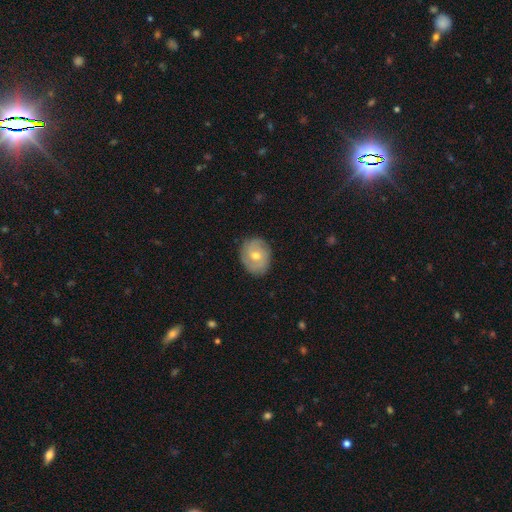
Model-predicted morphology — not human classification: The model was most divided on "smooth or featured": featured or disk: 54%, smooth: 38%, star or artifact: 8%. More confident: edge-on disk — no (96%); merging — none (83%); spiral arms — yes (71%); bar — no (69%); bulge size — moderate (65%).